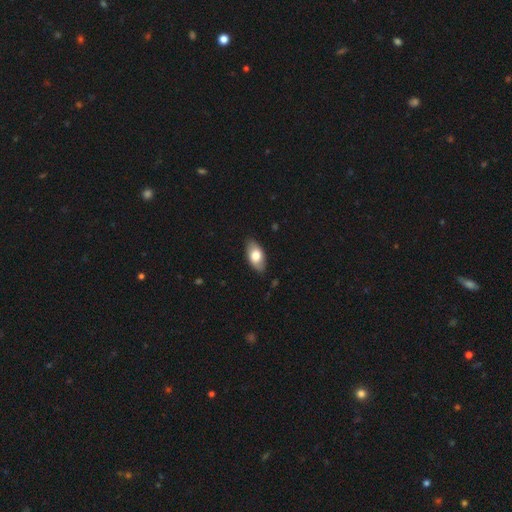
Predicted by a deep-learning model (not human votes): This appears to be a smooth galaxy with no disk features (72%) that is in between round and cigar-shaped (93%). Merging: none (85%).